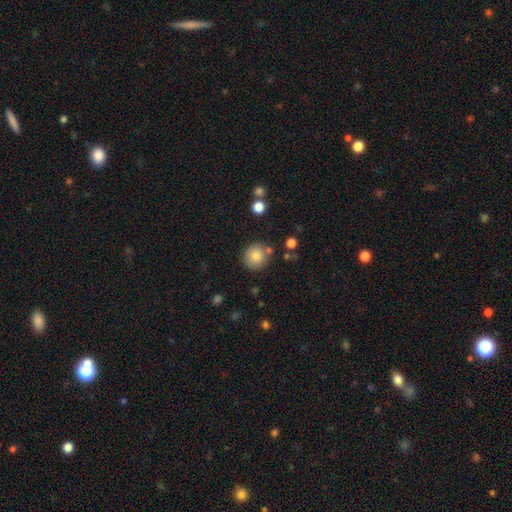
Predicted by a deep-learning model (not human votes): This is clearly a smooth galaxy (81%). How rounded: clearly round (91%). Merging: clearly none (80%).